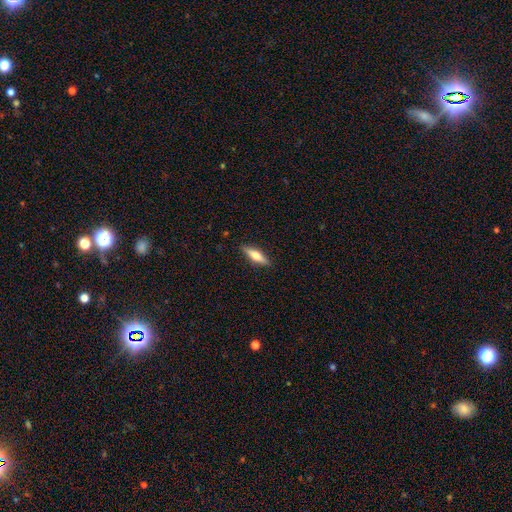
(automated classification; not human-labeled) Overall: smooth (53%; featured or disk 41%). How rounded: cigar-shaped (64%; in between 34%). Merging: none (89%).